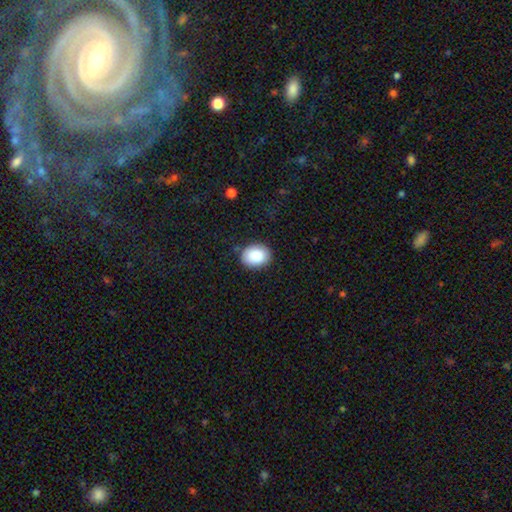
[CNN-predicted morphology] The model was most divided on "how rounded": in between: 57%, round: 43%, cigar-shaped: 1%. More confident: smooth or featured — smooth (88%); merging — none (86%).